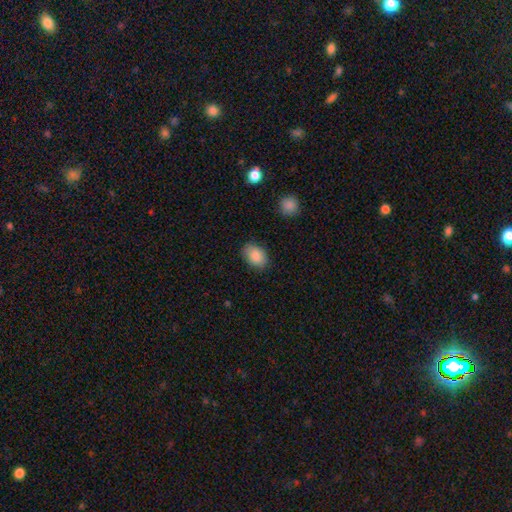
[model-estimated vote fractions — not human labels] Smooth or featured: smooth — 88% (star or artifact — 7%)
How rounded: in between — 84% (round — 14%)
Merging: none — 83% (minor disturbance — 13%)